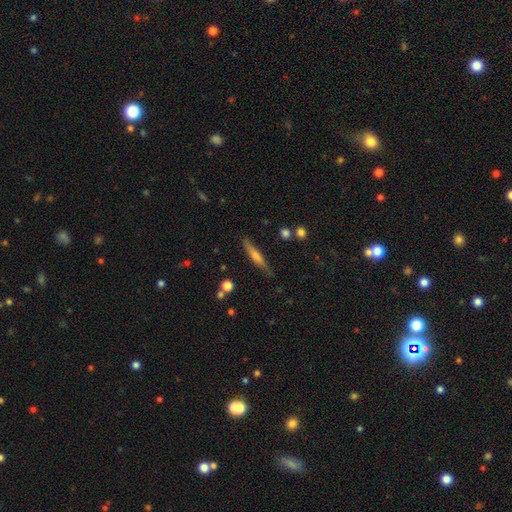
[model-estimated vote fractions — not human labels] Morphology: type=featured or disk (52%); edge-on=yes (95%); merging=none (83%).